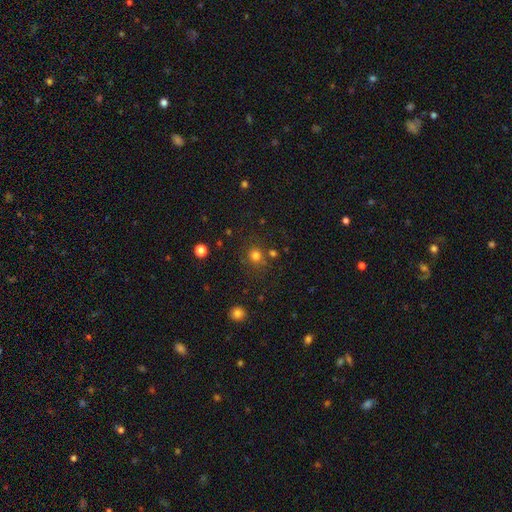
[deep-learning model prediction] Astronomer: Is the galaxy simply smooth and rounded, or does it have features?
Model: smooth — 77%.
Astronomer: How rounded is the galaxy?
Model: round — 89%.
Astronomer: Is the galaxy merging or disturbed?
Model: none — 75%.